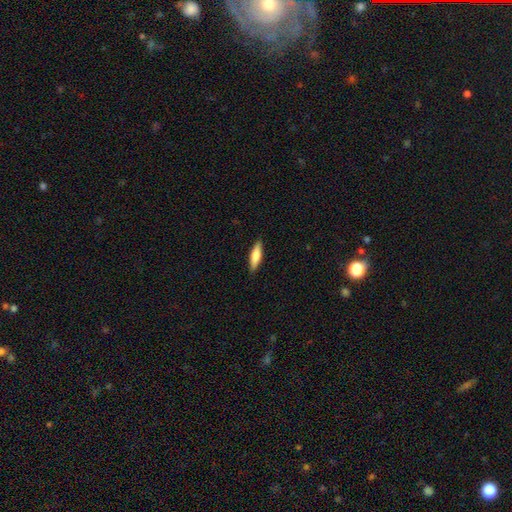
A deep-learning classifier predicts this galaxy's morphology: Q: Smooth or featured?
A: smooth (69%); runner-up: featured or disk (26%)
Q: How rounded?
A: cigar-shaped (66%); runner-up: in between (33%)
Q: Merging?
A: none (89%); runner-up: minor disturbance (8%)